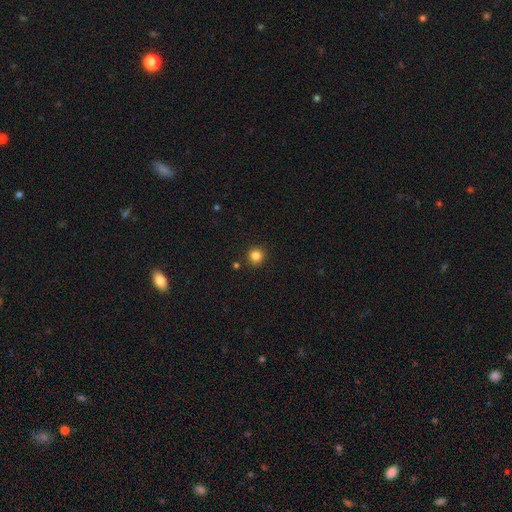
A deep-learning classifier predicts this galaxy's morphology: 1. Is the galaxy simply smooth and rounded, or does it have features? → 84% smooth, 12% star or artifact, 4% featured or disk.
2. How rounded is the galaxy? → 94% round, 5% in between, 1% cigar-shaped.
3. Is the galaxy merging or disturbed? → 90% none, 6% minor disturbance, 2% merger, 2% major disturbance.